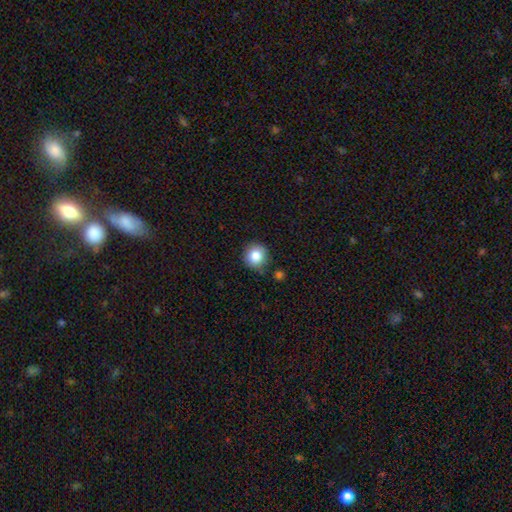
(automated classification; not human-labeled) Smooth or featured?
  - smooth: 83% *
  - star or artifact: 10%
  - featured or disk: 7%
How rounded?
  - round: 93% *
  - in between: 7%
  - cigar-shaped: 1%
Merging?
  - none: 84% *
  - minor disturbance: 10%
  - merger: 3%
  - major disturbance: 2%